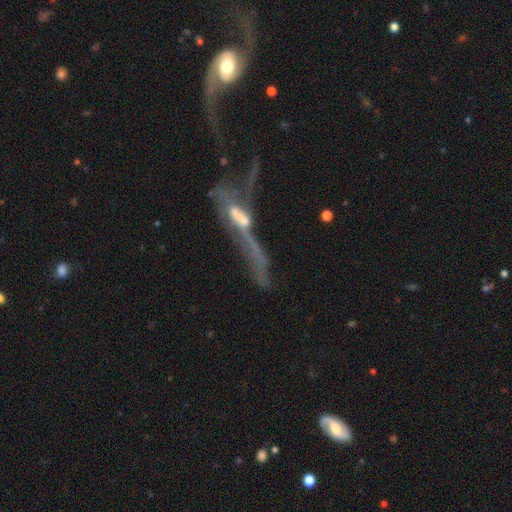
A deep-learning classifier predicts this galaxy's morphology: smooth_or_featured: featured or disk (p=0.63) [alt: smooth p=0.21]
disk_edge_on: no (p=0.51) [alt: yes p=0.49]
merging: major disturbance (p=0.37) [alt: merger p=0.31]